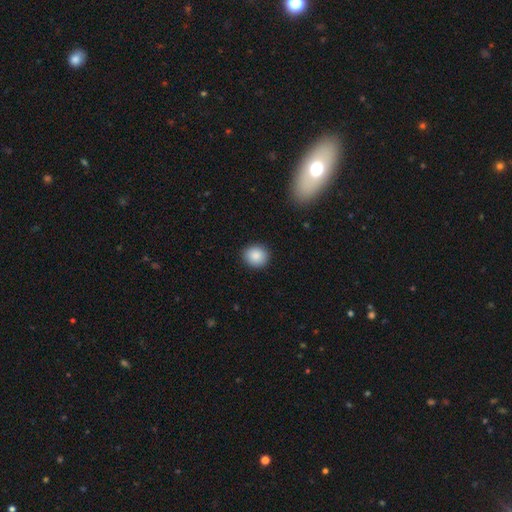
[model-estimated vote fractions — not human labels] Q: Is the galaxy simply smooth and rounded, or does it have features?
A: smooth — 88%.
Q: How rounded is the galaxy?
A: round — 84%.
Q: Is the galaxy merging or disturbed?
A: none — 91%.